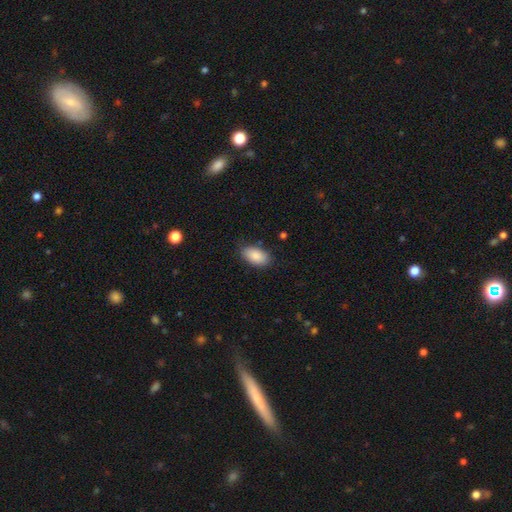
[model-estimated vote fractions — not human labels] smooth_or_featured: smooth (p=0.88) [alt: star or artifact p=0.07]
how_rounded: in between (p=0.94) [alt: round p=0.04]
merging: none (p=0.81) [alt: minor disturbance p=0.15]